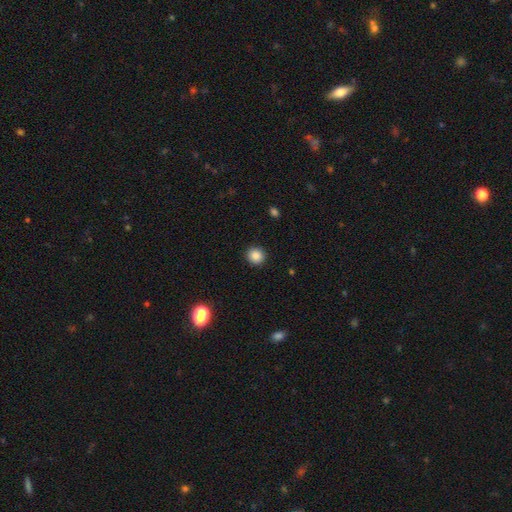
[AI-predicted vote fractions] This appears to be a smooth galaxy with no disk features (87%) that is round (91%). Merging: none (92%).